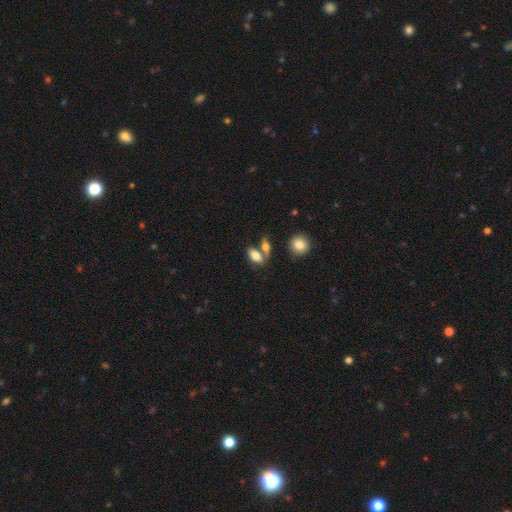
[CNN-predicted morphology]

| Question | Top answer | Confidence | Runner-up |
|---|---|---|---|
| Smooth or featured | smooth | 80% | featured or disk (12%) |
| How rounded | in between | 87% | round (7%) |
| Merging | none | 51% | merger (33%) |